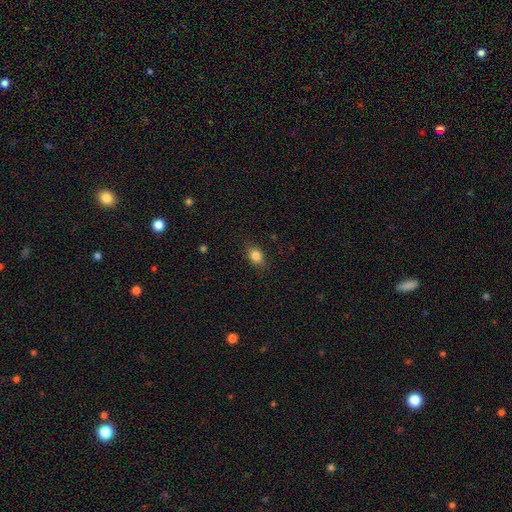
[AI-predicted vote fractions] Smooth or featured? smooth (84%)
How rounded? in between (68%)
Merging? none (84%)